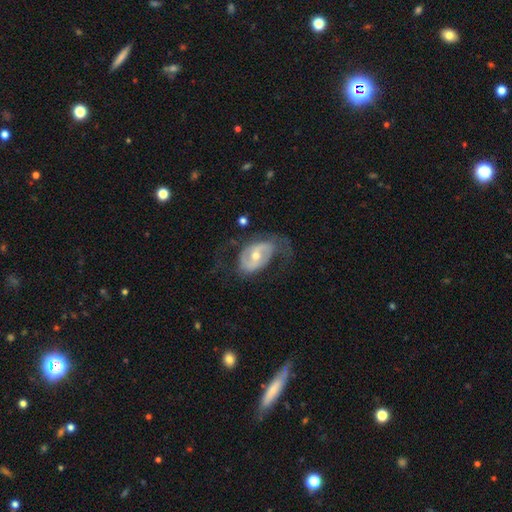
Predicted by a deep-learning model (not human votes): The model was most divided on "spiral winding": medium: 41%, loose: 39%, tight: 21%. Remaining: edge-on disk — no (95%); spiral arms — yes (81%); spiral arm count — 2 (79%); smooth or featured — featured or disk (77%); bulge size — moderate (64%); merging — none (51%); bar — weak (40%).